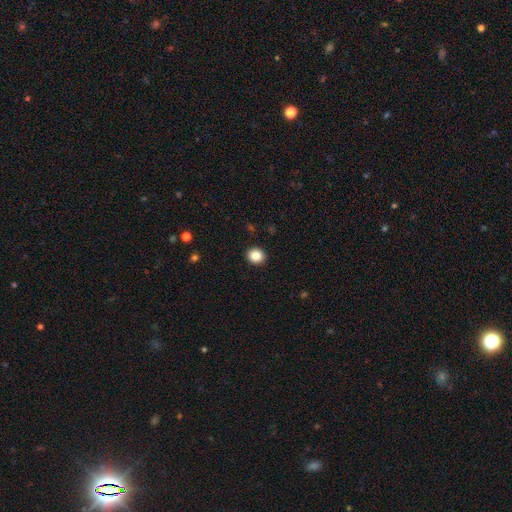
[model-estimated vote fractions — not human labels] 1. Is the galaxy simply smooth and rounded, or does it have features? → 86% smooth, 10% star or artifact, 4% featured or disk.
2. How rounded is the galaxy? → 82% round, 18% in between, 1% cigar-shaped.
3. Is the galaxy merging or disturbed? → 92% none, 5% minor disturbance, 2% major disturbance, 1% merger.